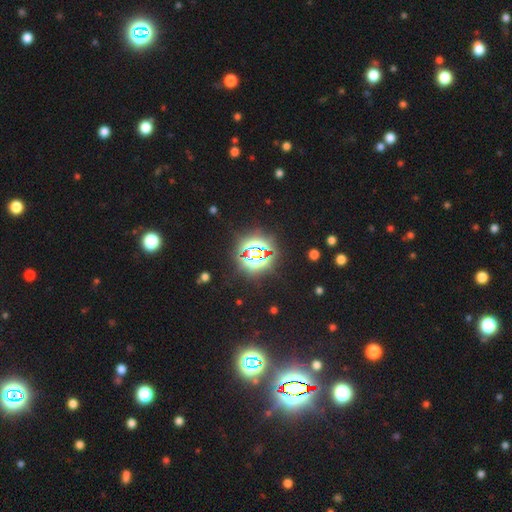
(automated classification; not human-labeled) This appears to be a star or artifact, not a galaxy (79%).